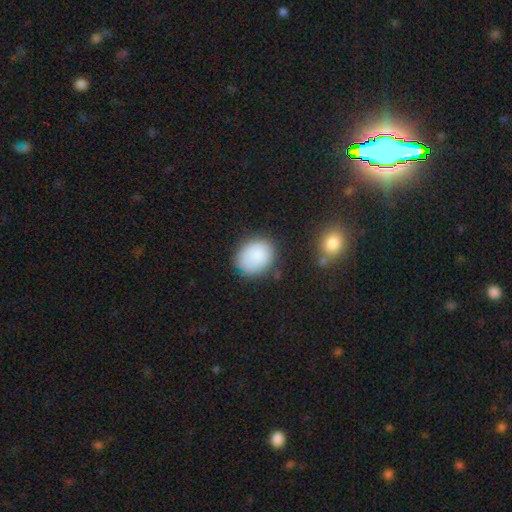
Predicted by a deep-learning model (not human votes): smooth 85%, star or artifact 8%, featured or disk 7%. Down the decision tree: how rounded — round (52%); merging — none (73%).